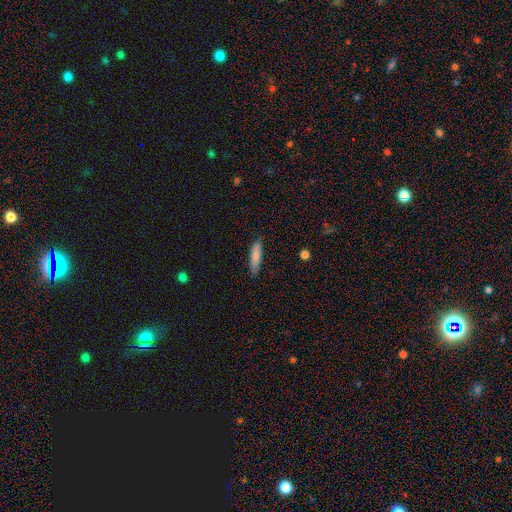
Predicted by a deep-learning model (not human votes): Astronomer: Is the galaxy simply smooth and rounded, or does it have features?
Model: smooth — 81%.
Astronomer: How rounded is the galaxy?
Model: cigar-shaped — 76%.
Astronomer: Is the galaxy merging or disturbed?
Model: none — 85%.